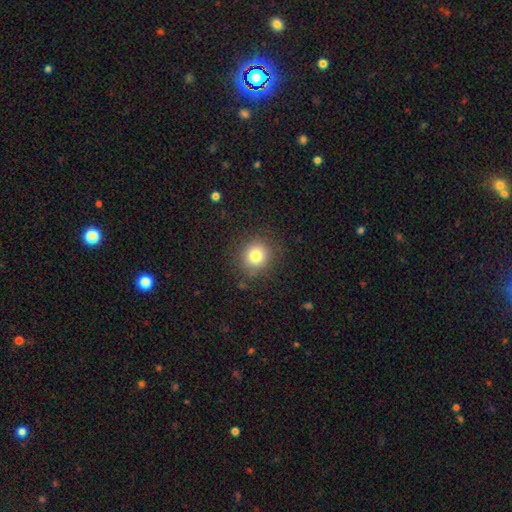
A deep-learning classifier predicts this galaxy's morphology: Q: Smooth or featured?
A: smooth (78%); runner-up: star or artifact (13%)
Q: How rounded?
A: round (89%); runner-up: in between (10%)
Q: Merging?
A: none (87%); runner-up: minor disturbance (9%)